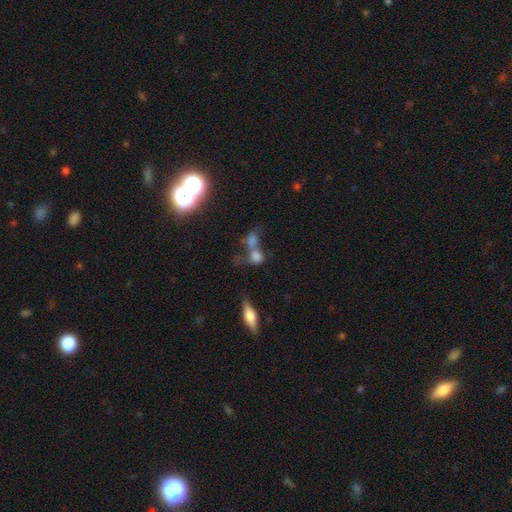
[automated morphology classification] Smooth or featured? Predicted: smooth (p=0.67). How rounded? Predicted: in between (p=0.59). Merging? Predicted: merger (p=0.61).